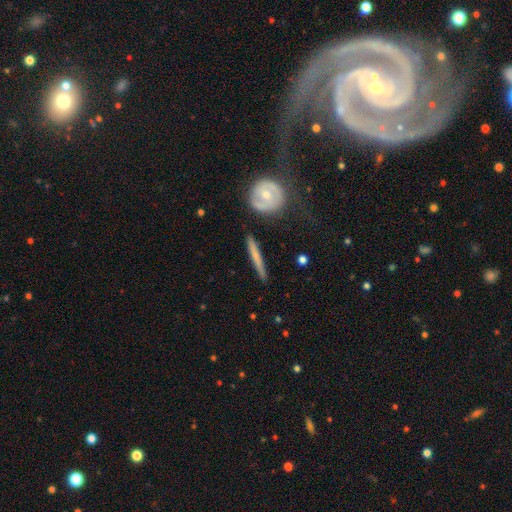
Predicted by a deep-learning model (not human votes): A smooth galaxy with no disk features (48%). Merging: none (87%).